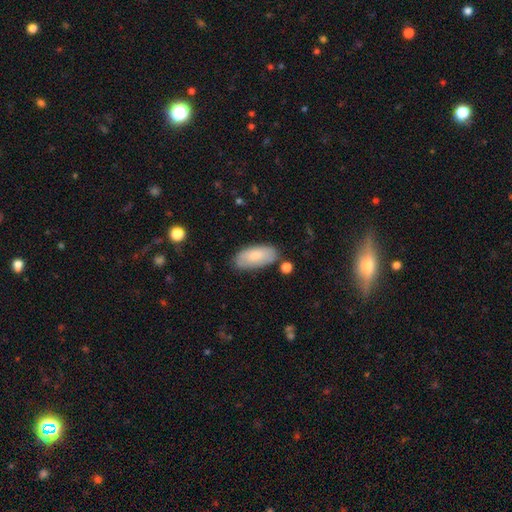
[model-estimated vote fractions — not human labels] This is likely a smooth galaxy (79%). How rounded: clearly in between (90%). Merging: likely none (76%).